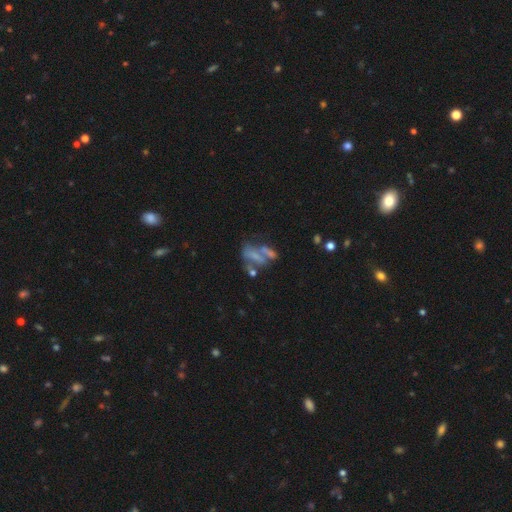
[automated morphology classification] A featured or disk galaxy (48%).

Vote fractions:
- Smooth or featured? featured or disk: 48% / smooth: 34% / star or artifact: 18%
- Merging? merger: 36% / none: 27% / major disturbance: 24% / minor disturbance: 14%